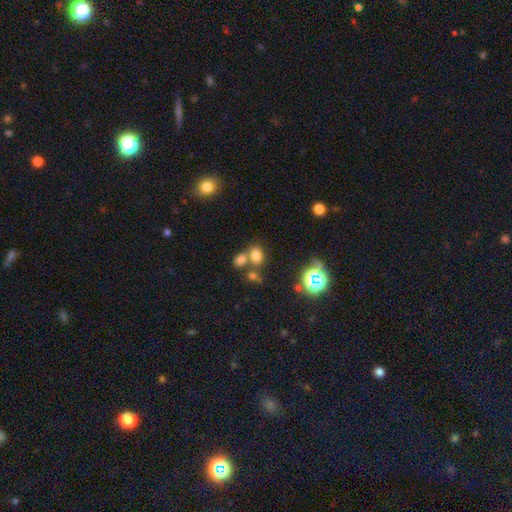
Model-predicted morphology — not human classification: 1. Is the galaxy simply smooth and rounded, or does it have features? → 72% smooth, 19% star or artifact, 9% featured or disk.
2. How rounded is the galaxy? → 65% in between, 34% round, 1% cigar-shaped.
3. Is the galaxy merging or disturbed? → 49% none, 36% merger, 11% minor disturbance, 5% major disturbance.